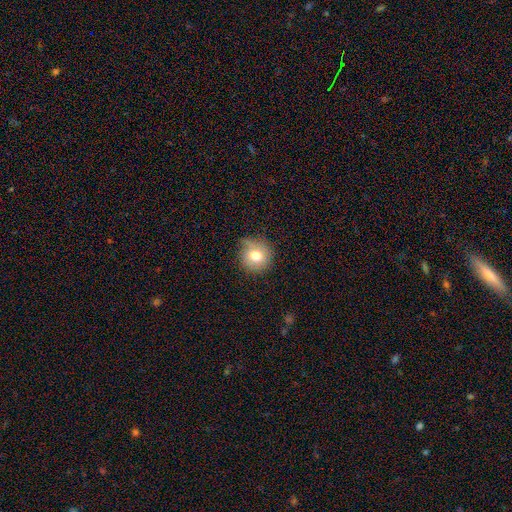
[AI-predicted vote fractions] This appears to be a smooth galaxy with no disk features (75%) that is round (92%). Merging: none (67%).